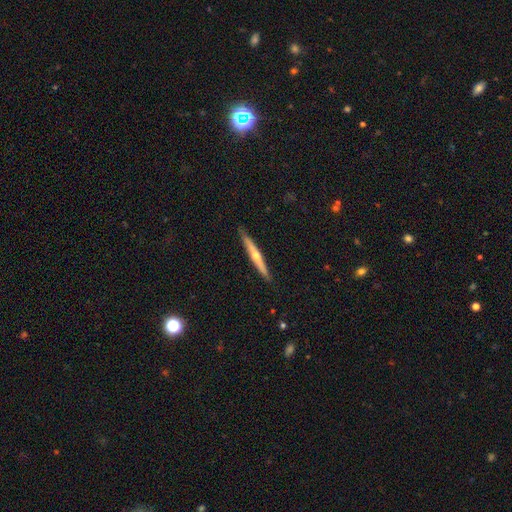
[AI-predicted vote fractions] Q: Smooth or featured?
A: featured or disk (62%); runner-up: smooth (32%)
Q: Edge-on disk?
A: yes (97%); runner-up: no (3%)
Q: Edge-on bulge?
A: rounded (83%); runner-up: none (14%)
Q: Merging?
A: none (89%); runner-up: minor disturbance (9%)